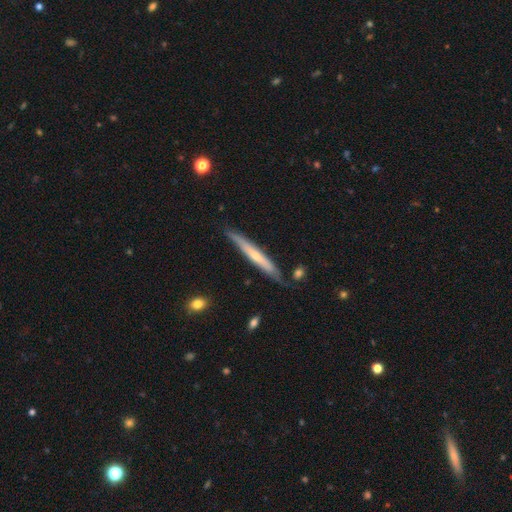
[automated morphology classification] featured or disk 57%, smooth 37%, star or artifact 5%. Down the decision tree: edge-on disk — yes (92%); edge-on bulge — rounded (54%); merging — none (79%).